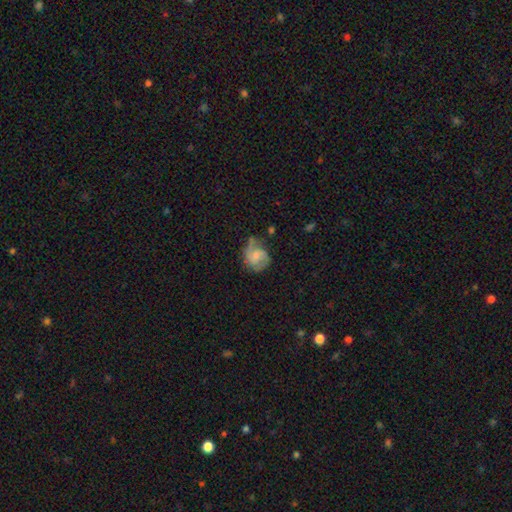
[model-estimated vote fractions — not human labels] Q: Smooth or featured?
A: featured or disk (69%); runner-up: smooth (24%)
Q: Edge-on disk?
A: no (98%); runner-up: yes (2%)
Q: Bar?
A: no (51%); runner-up: weak (41%)
Q: Spiral arms?
A: yes (93%); runner-up: no (7%)
Q: Spiral winding?
A: medium (49%); runner-up: loose (26%)
Q: Spiral arm count?
A: 2 (78%); runner-up: can't tell (8%)
Q: Bulge size?
A: small (41%); runner-up: moderate (29%)
Q: Merging?
A: none (58%); runner-up: minor disturbance (25%)